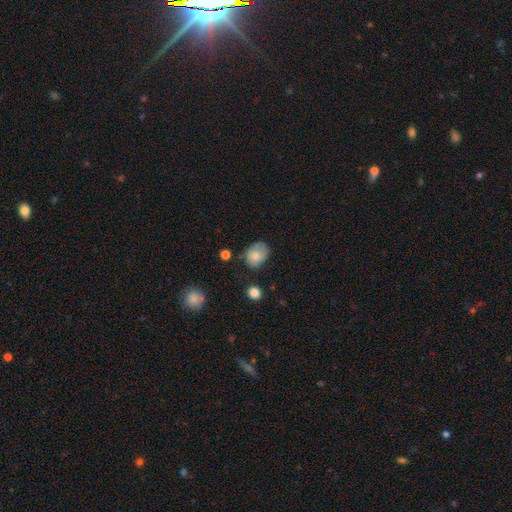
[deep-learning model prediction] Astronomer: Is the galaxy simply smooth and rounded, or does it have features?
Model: smooth — 73%.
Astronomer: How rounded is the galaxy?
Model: in between — 56% (runner-up: round, 43%).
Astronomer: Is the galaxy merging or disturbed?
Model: none — 55% (runner-up: minor disturbance, 32%).